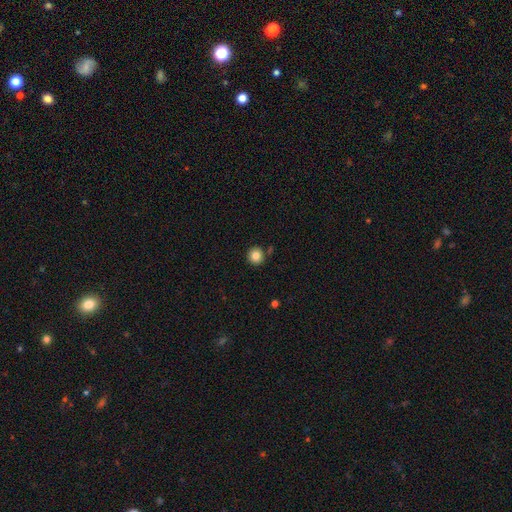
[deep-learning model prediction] Morphology: type=smooth (83%); roundness=round (94%); merging=none (86%).